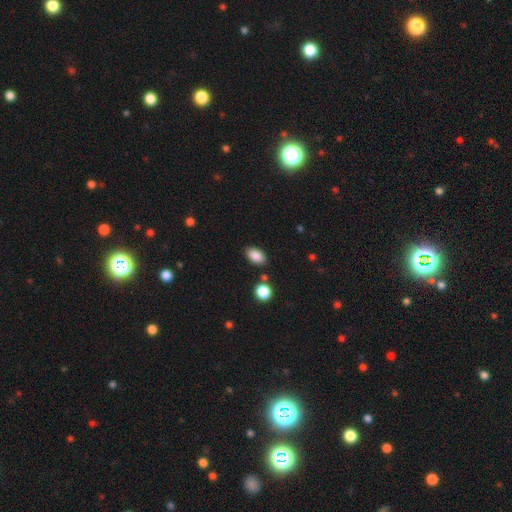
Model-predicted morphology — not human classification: type=smooth (87%); roundness=in between (89%); merging=none (82%).